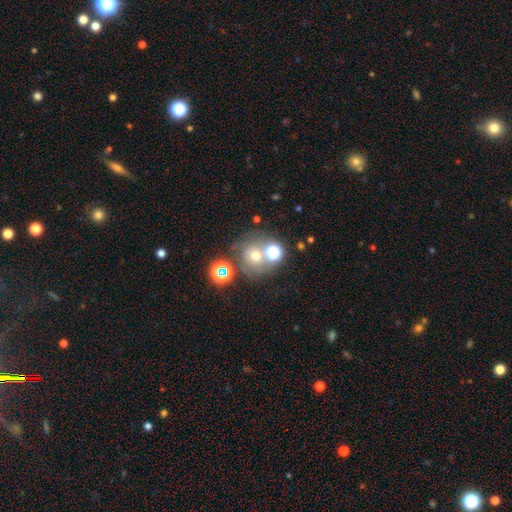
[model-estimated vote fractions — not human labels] Smooth or featured? smooth (56%)
How rounded? round (85%)
Merging? none (53%)